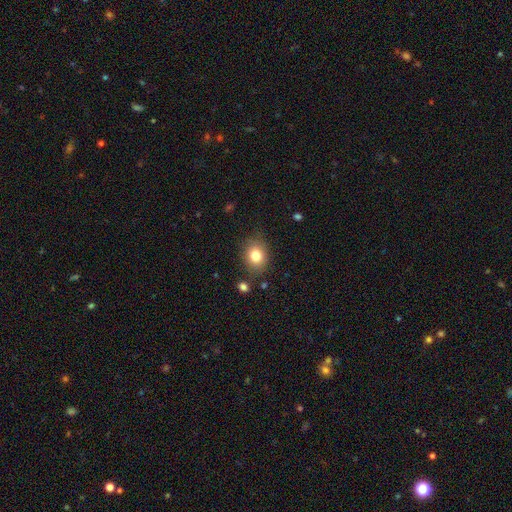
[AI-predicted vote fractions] This is clearly a smooth galaxy (81%). How rounded: possibly round (53%). Merging: clearly none (81%).